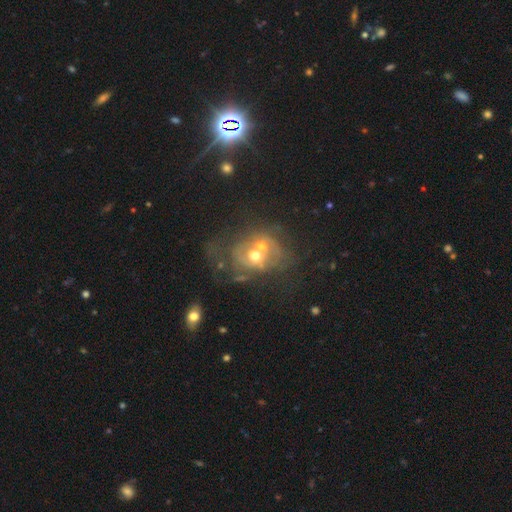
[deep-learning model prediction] Smooth or featured? Predicted: featured or disk (p=0.59). Edge-on disk? Predicted: no (p=0.97). Bar? Predicted: no (p=0.84). Spiral arms? Predicted: no (p=0.58). Bulge size? Predicted: moderate (p=0.66). Merging? Predicted: merger (p=0.53).